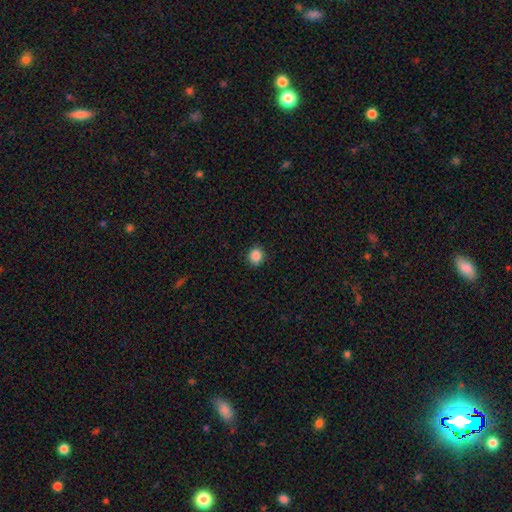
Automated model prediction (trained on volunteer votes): A smooth galaxy with no disk features (87%) that is round (77%).

Vote fractions:
- Smooth or featured? smooth: 87% / star or artifact: 10% / featured or disk: 3%
- How rounded? round: 77% / in between: 22% / cigar-shaped: 1%
- Merging? none: 91% / minor disturbance: 6% / major disturbance: 2% / merger: 1%